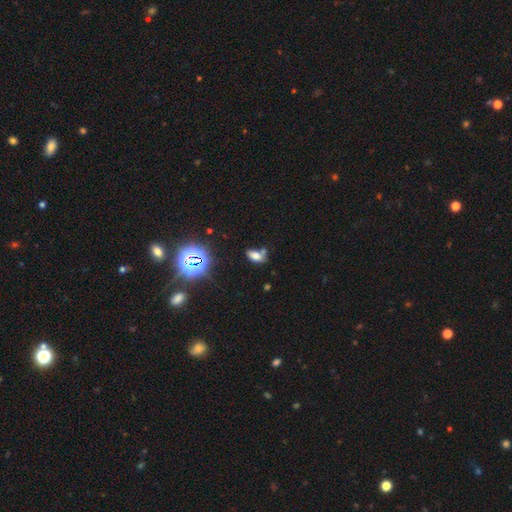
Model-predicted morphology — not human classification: smooth 70%, star or artifact 19%, featured or disk 12%. Down the decision tree: how rounded — in between (88%); merging — none (49%).